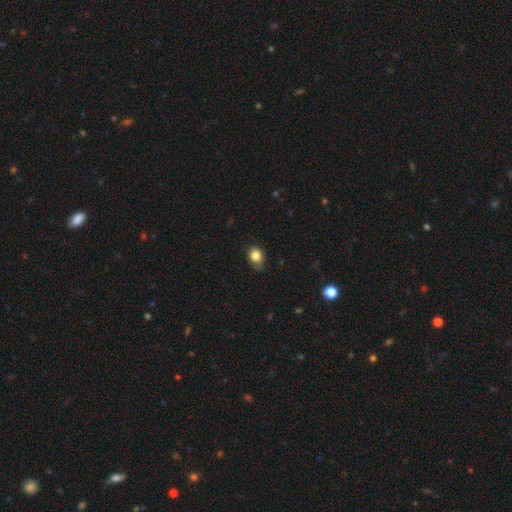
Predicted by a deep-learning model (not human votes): smooth 82%, star or artifact 10%, featured or disk 8%. Down the decision tree: how rounded — round (54%); merging — none (70%).